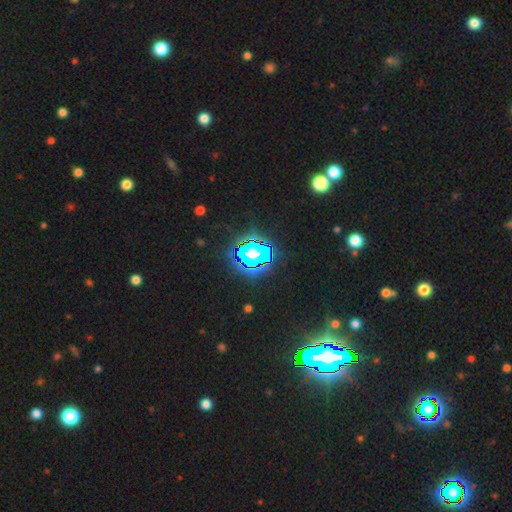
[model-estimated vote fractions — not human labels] This appears to be a star or artifact, not a galaxy (80%).